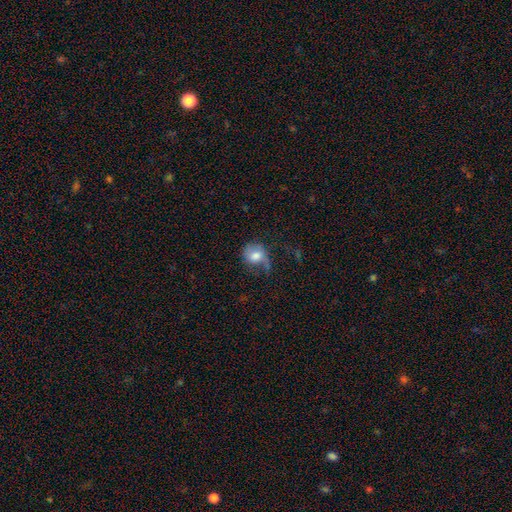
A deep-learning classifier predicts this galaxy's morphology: Q: Smooth or featured?
A: smooth (65%); runner-up: featured or disk (26%)
Q: How rounded?
A: round (67%); runner-up: in between (32%)
Q: Merging?
A: none (38%); runner-up: major disturbance (30%)